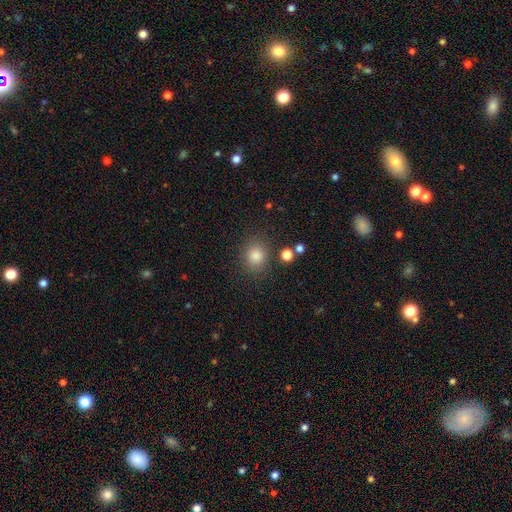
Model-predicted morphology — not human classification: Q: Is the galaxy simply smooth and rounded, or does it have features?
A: smooth — 82%.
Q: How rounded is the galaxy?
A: round — 68%.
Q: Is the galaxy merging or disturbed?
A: none — 84%.